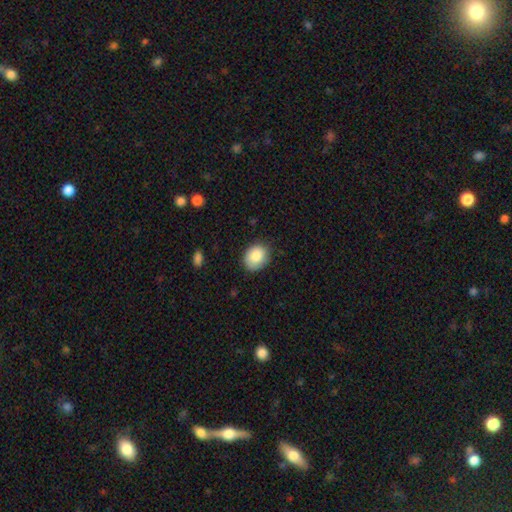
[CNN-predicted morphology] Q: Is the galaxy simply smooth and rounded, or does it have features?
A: smooth — 86%.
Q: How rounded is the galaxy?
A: in between — 52%.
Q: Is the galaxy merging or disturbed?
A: none — 78%.